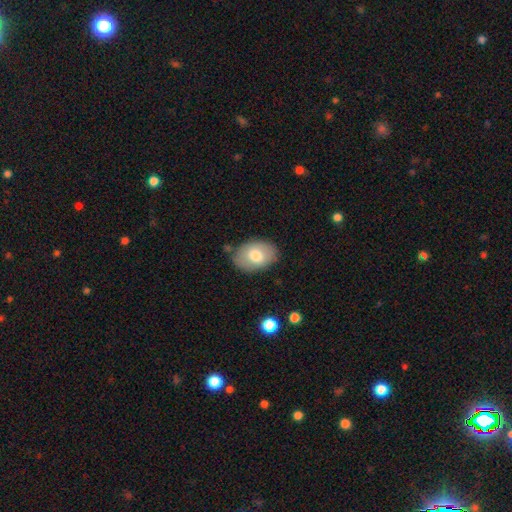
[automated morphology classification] Q: Smooth or featured?
A: smooth (73%); runner-up: featured or disk (20%)
Q: How rounded?
A: in between (83%); runner-up: round (16%)
Q: Merging?
A: none (81%); runner-up: minor disturbance (14%)